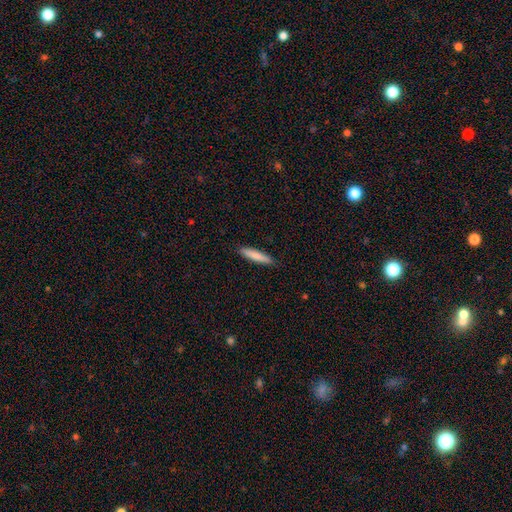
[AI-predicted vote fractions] This is clearly a smooth galaxy (81%). How rounded: clearly cigar-shaped (89%). Merging: clearly none (90%).